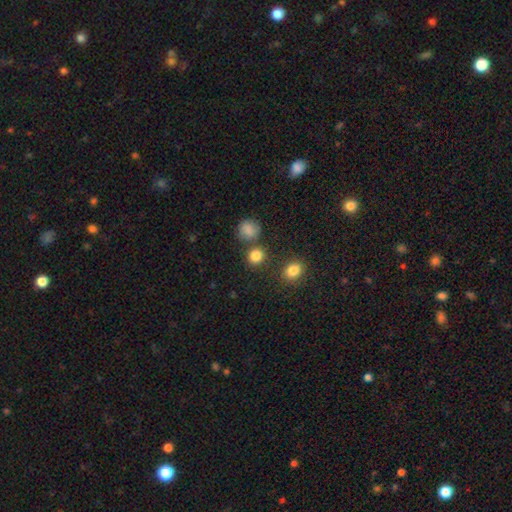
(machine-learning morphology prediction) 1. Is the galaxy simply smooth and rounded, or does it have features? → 84% smooth, 12% star or artifact, 4% featured or disk.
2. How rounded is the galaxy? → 82% round, 16% in between, 1% cigar-shaped.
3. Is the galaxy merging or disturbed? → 76% none, 12% merger, 8% minor disturbance, 3% major disturbance.